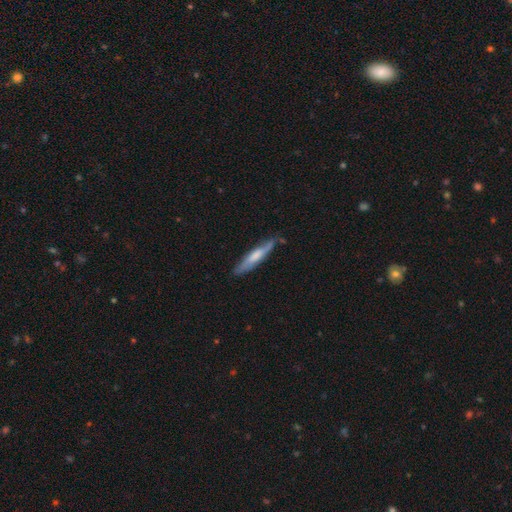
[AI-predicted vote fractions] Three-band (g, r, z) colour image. It shows a smooth galaxy with no disk features (50%). Merging: none (70%).